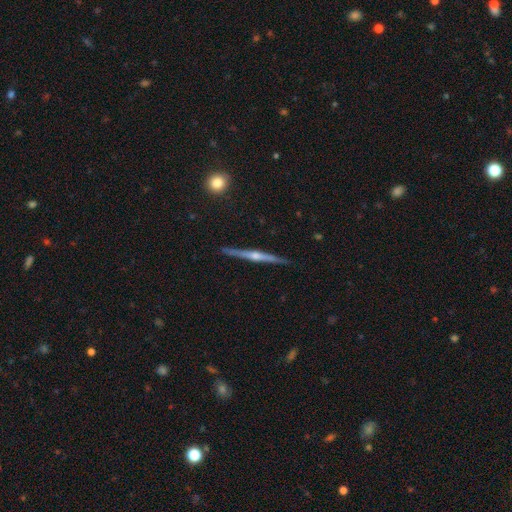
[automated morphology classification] The model was most divided on "smooth or featured": featured or disk: 79%, smooth: 15%, star or artifact: 6%. More confident: edge-on disk — yes (98%); merging — none (90%); edge-on bulge — rounded (84%).